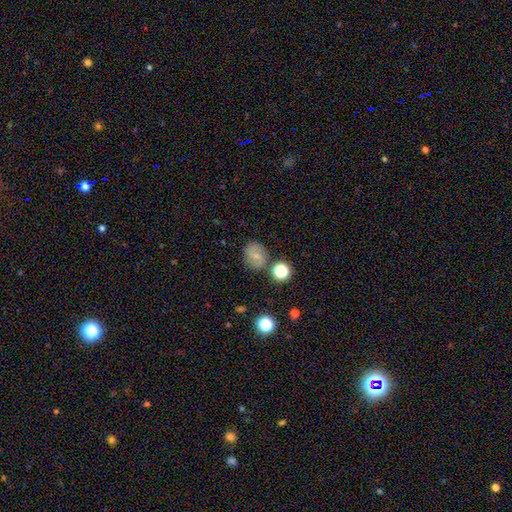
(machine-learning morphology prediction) Smooth or featured? smooth (55%)
How rounded? round (66%)
Merging? none (76%)